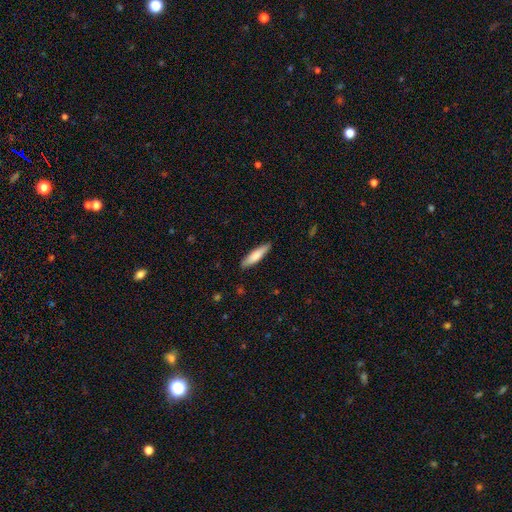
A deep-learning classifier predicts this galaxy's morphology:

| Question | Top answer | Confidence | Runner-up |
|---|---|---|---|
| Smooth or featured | smooth | 76% | featured or disk (19%) |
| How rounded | cigar-shaped | 77% | in between (22%) |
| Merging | none | 88% | minor disturbance (9%) |